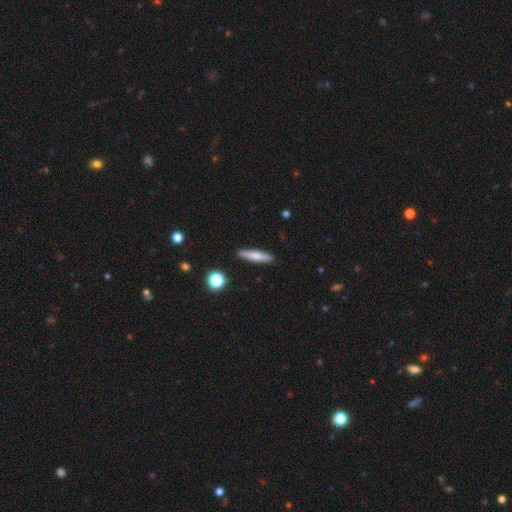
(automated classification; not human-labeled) Smooth or featured: smooth — 62% (featured or disk — 31%)
How rounded: cigar-shaped — 87% (in between — 11%)
Merging: none — 90% (minor disturbance — 7%)